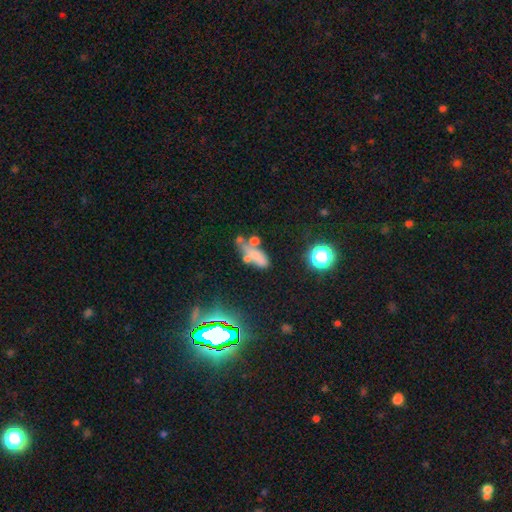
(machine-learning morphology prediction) Smooth or featured: smooth — 59% (featured or disk — 22%)
How rounded: in between — 60% (cigar-shaped — 33%)
Merging: none — 33% (merger — 28%)